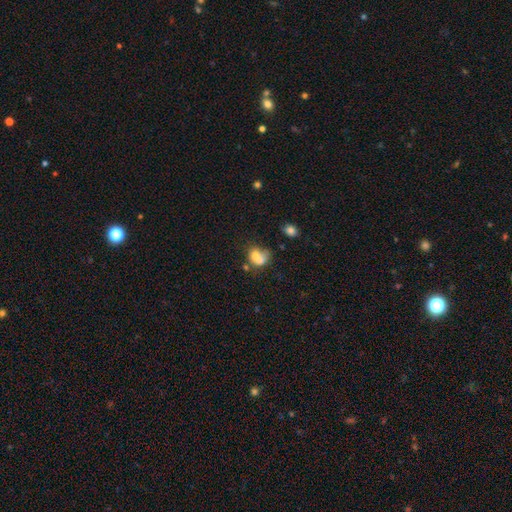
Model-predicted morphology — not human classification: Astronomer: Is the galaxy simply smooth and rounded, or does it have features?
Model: smooth — 67%.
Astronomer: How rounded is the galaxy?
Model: round — 55% (runner-up: in between, 44%).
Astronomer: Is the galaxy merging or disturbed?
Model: merger — 59%.